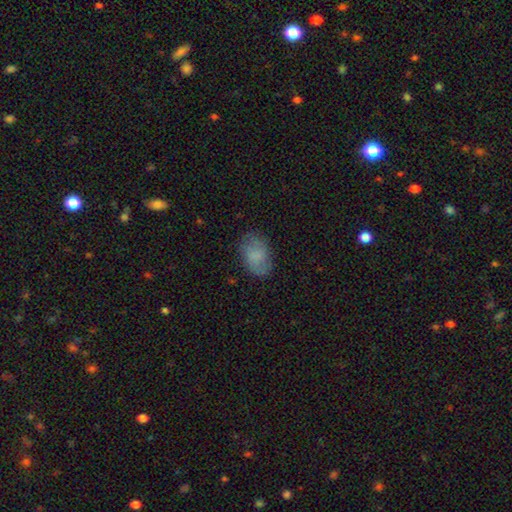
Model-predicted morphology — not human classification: Smooth or featured? smooth (71%)
How rounded? in between (86%)
Merging? none (74%)